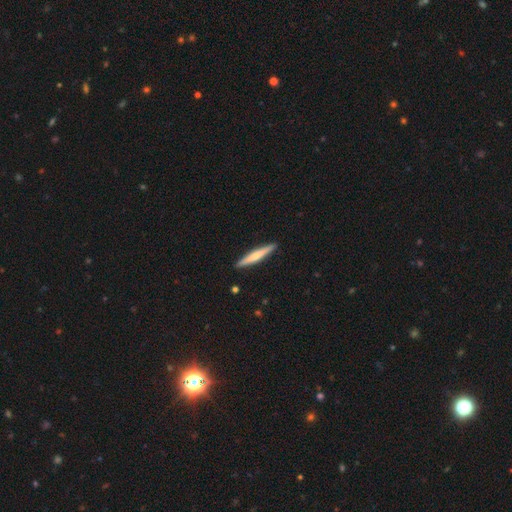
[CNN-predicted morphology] Smooth or featured: smooth — 49% (featured or disk — 46%)
Merging: none — 92% (minor disturbance — 6%)